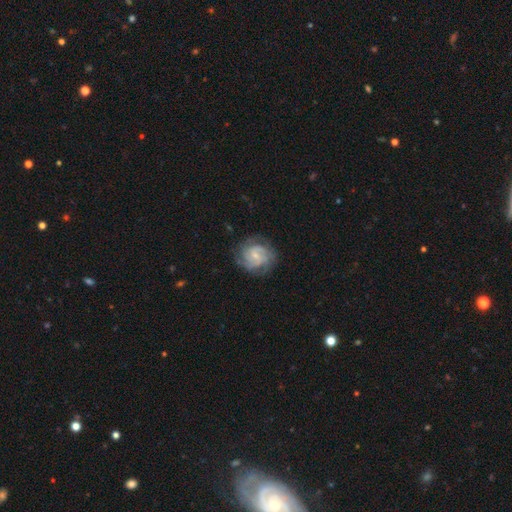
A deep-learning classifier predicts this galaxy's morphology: Smooth or featured? Predicted: featured or disk (p=0.82). Edge-on disk? Predicted: no (p=0.98). Bar? Predicted: no (p=0.47). Spiral arms? Predicted: yes (p=0.96). Spiral winding? Predicted: tight (p=0.60). Spiral arm count? Predicted: can't tell (p=0.27). Bulge size? Predicted: small (p=0.68). Merging? Predicted: none (p=0.77).